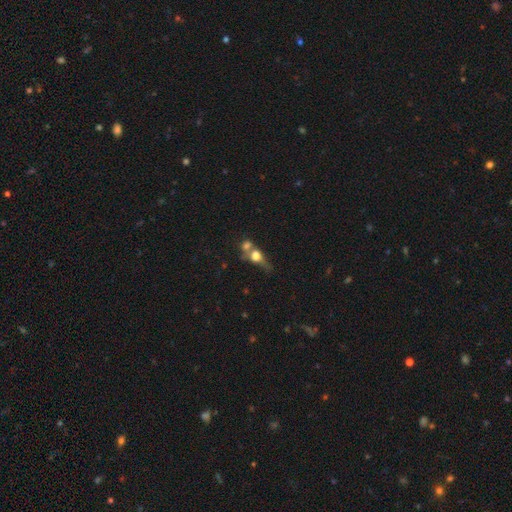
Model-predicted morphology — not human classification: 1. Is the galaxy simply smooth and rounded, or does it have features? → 61% smooth, 26% featured or disk, 13% star or artifact.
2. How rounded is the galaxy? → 46% round, 45% in between, 9% cigar-shaped.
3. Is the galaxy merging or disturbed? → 55% merger, 21% none, 13% major disturbance, 10% minor disturbance.